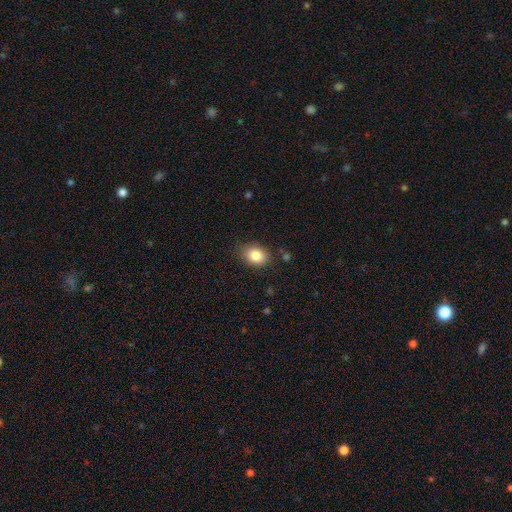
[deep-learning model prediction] smooth 84%, star or artifact 9%, featured or disk 7%. Down the decision tree: how rounded — in between (65%); merging — none (81%).